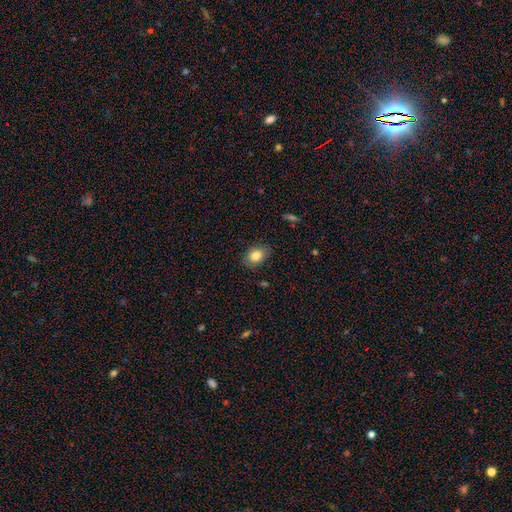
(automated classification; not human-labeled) Morphology: type=smooth (84%); roundness=in between (72%); merging=none (83%).